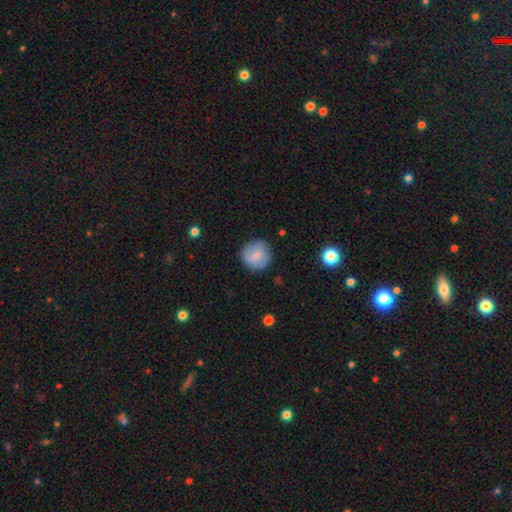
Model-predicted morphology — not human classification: A smooth galaxy with no disk features (80%) that is round (91%). Merging: none (82%).